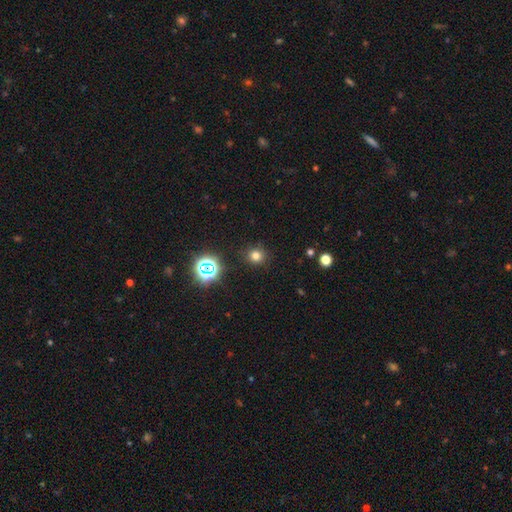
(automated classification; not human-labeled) smooth 73%, star or artifact 21%, featured or disk 6%. Down the decision tree: how rounded — round (89%); merging — none (88%).